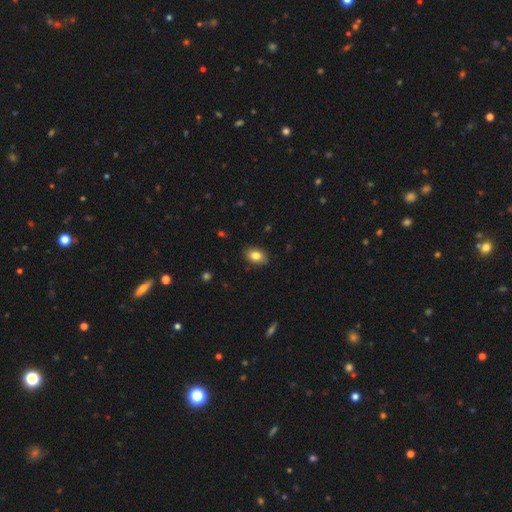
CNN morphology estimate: smooth_or_featured: smooth (p=0.81) [alt: featured or disk p=0.10]
how_rounded: in between (p=0.85) [alt: round p=0.13]
merging: none (p=0.88) [alt: minor disturbance p=0.09]